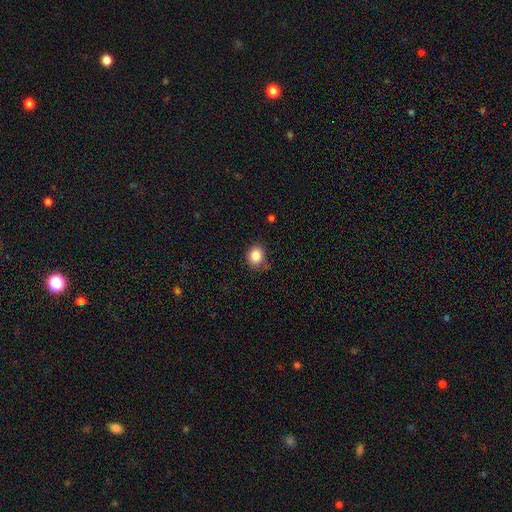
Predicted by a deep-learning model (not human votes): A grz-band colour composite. It shows a smooth galaxy with no disk features (85%) that is round (75%). Merging: none (82%).